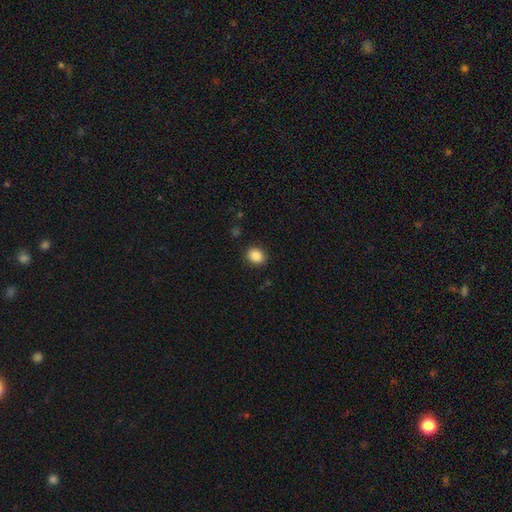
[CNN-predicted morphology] Smooth or featured: smooth — 88% (star or artifact — 9%)
How rounded: round — 58% (in between — 41%)
Merging: none — 89% (minor disturbance — 8%)